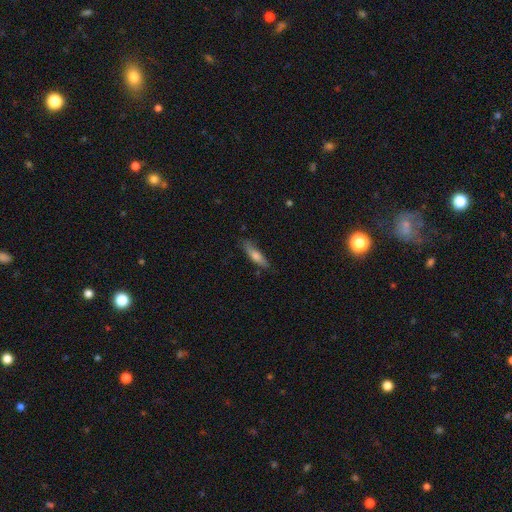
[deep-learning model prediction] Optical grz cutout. It shows a smooth galaxy with no disk features (62%) that is cigar-shaped (72%). Merging: none (70%).